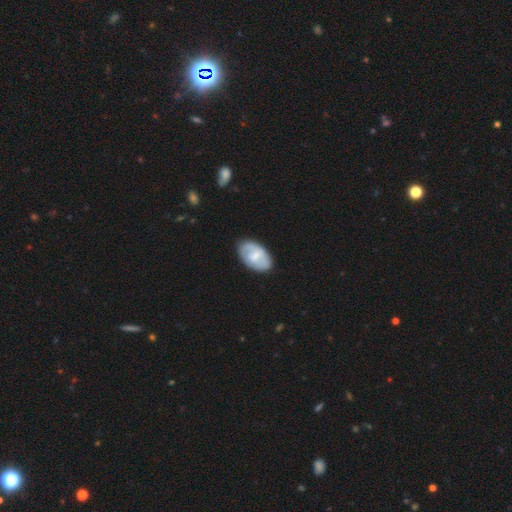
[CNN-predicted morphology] smooth-or-featured: smooth: 55% | featured or disk: 40% | star or artifact: 6%
  how-rounded: in between: 92% | round: 6% | cigar-shaped: 2%
  merging: none: 77% | minor disturbance: 17% | major disturbance: 4% | merger: 1%